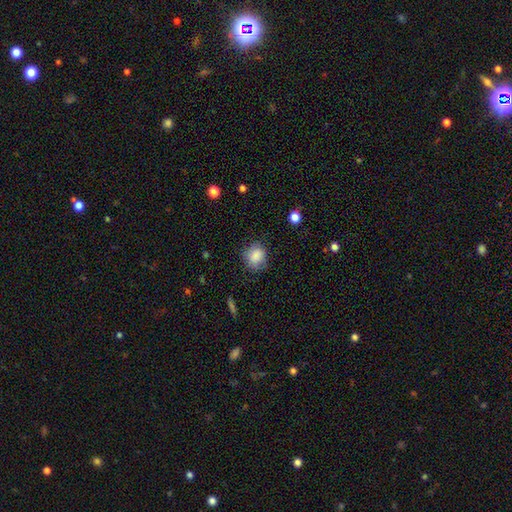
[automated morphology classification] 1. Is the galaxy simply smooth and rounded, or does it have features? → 83% smooth, 9% featured or disk, 8% star or artifact.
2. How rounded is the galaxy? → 69% round, 30% in between, 1% cigar-shaped.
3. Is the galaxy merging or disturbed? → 69% none, 22% minor disturbance, 7% major disturbance, 1% merger.